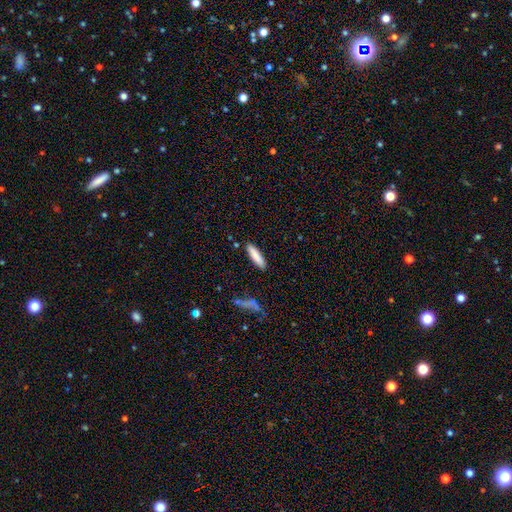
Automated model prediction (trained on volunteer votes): This is clearly a smooth galaxy (84%). How rounded: likely cigar-shaped (74%). Merging: clearly none (86%).